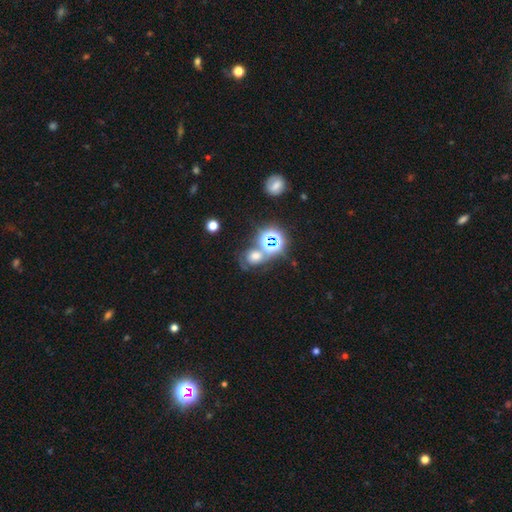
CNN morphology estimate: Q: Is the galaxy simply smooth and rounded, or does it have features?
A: smooth — 44%.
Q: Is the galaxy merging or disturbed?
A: none — 49%.